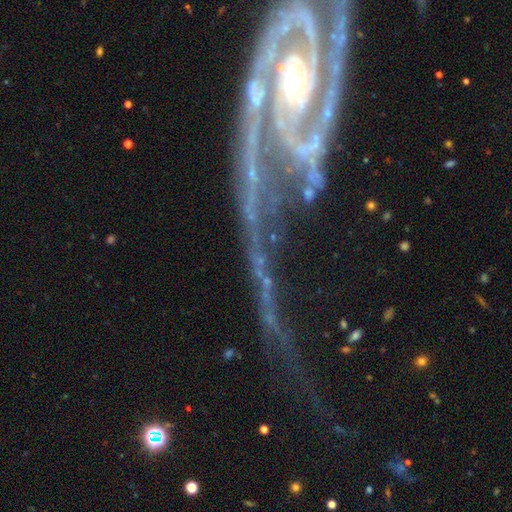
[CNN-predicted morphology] Smooth or featured? Predicted: featured or disk (p=0.82). Edge-on disk? Predicted: no (p=0.91). Bar? Predicted: no (p=0.47). Spiral arms? Predicted: yes (p=0.85). Spiral winding? Predicted: medium (p=0.37). Spiral arm count? Predicted: 2 (p=0.55). Bulge size? Predicted: small (p=0.48). Merging? Predicted: major disturbance (p=0.40).